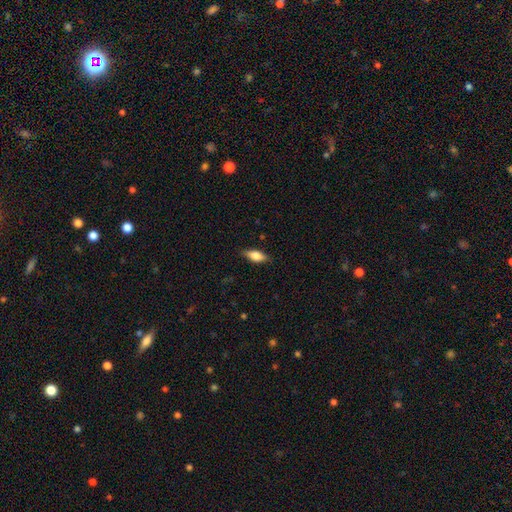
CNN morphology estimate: smooth_or_featured: smooth (p=0.71) [alt: featured or disk p=0.22]
how_rounded: in between (p=0.77) [alt: cigar-shaped p=0.19]
merging: none (p=0.85) [alt: minor disturbance p=0.12]